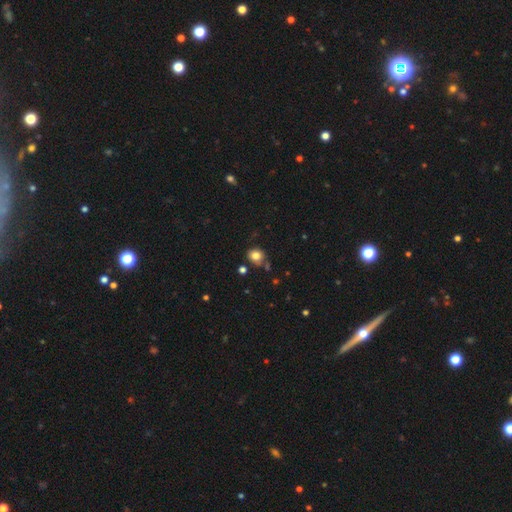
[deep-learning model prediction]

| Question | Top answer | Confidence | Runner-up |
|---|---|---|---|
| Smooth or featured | smooth | 81% | star or artifact (11%) |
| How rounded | round | 72% | in between (27%) |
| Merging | none | 71% | minor disturbance (17%) |